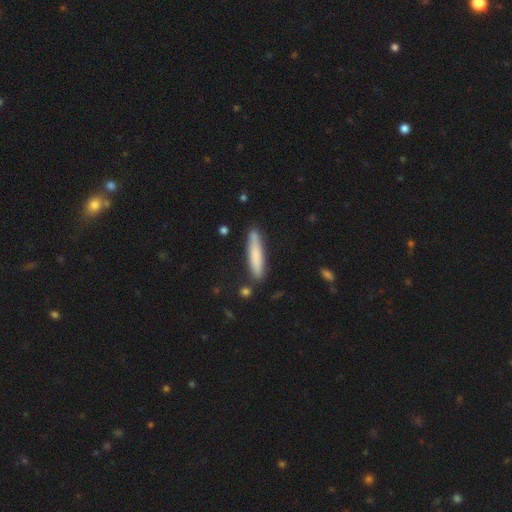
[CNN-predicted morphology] smooth 75%, featured or disk 20%, star or artifact 5%. Down the decision tree: how rounded — cigar-shaped (91%); merging — none (82%).